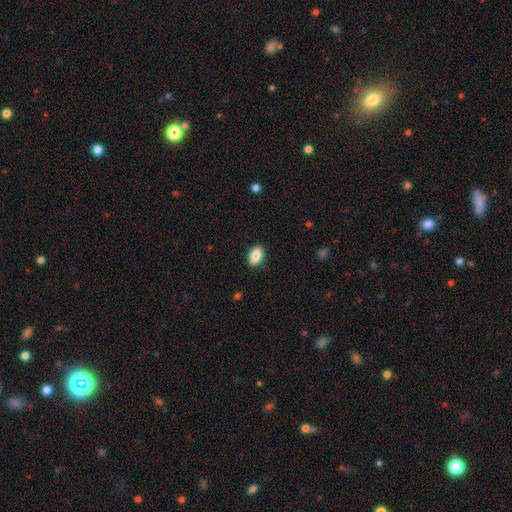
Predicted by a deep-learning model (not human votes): Smooth or featured? smooth (86%)
How rounded? in between (90%)
Merging? none (89%)